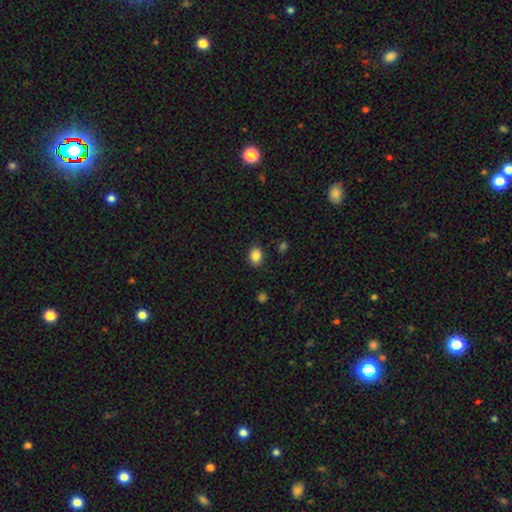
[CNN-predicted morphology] This appears to be a smooth galaxy with no disk features (87%) that is in between round and cigar-shaped (58%). Merging: none (88%).